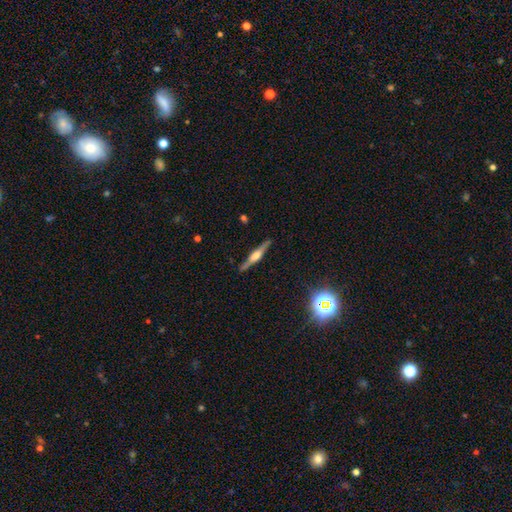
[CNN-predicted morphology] Smooth or featured?
  - featured or disk: 72% *
  - smooth: 22%
  - star or artifact: 7%
Edge-on disk?
  - yes: 97% *
  - no: 3%
Edge-on bulge?
  - rounded: 74% *
  - boxy: 22%
  - none: 5%
Merging?
  - none: 88% *
  - minor disturbance: 9%
  - major disturbance: 2%
  - merger: 1%